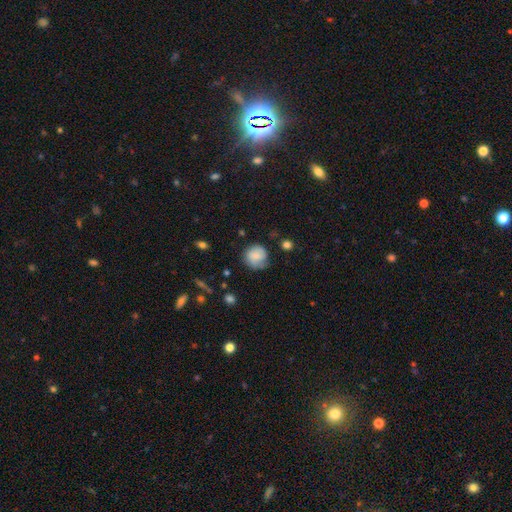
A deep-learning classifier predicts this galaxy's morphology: Smooth or featured? smooth (71%)
How rounded? round (88%)
Merging? none (65%)